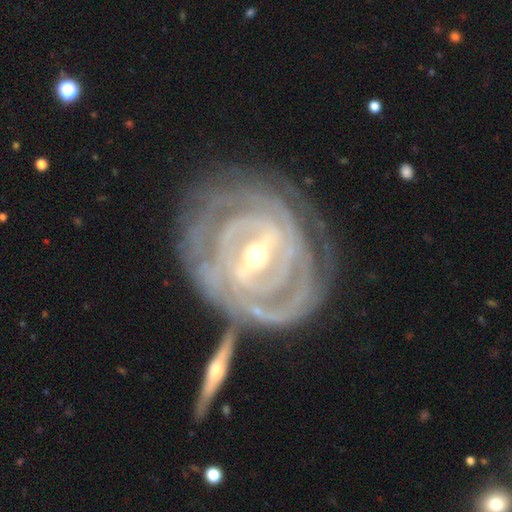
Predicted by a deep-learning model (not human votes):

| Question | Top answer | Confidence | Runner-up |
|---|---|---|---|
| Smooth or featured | featured or disk | 92% | smooth (4%) |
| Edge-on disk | no | 96% | yes (4%) |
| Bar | strong | 58% | weak (33%) |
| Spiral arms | yes | 96% | no (4%) |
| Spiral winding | tight | 83% | medium (14%) |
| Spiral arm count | can't tell | 29% | 2 (23%) |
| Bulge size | moderate | 53% | small (43%) |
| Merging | none | 63% | merger (16%) |